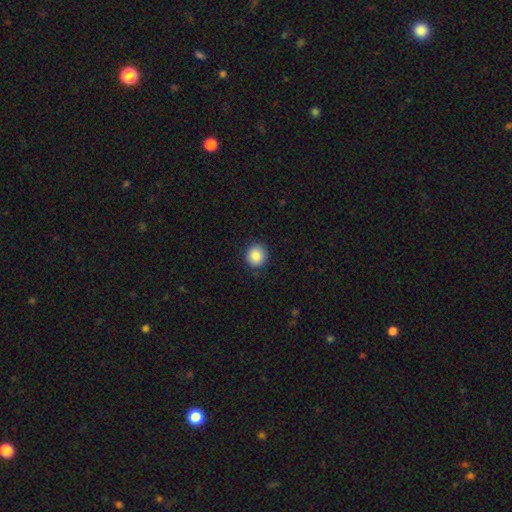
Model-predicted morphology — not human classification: Smooth or featured?
  - smooth: 87% *
  - star or artifact: 9%
  - featured or disk: 4%
How rounded?
  - round: 89% *
  - in between: 10%
  - cigar-shaped: 1%
Merging?
  - none: 89% *
  - minor disturbance: 8%
  - major disturbance: 2%
  - merger: 1%